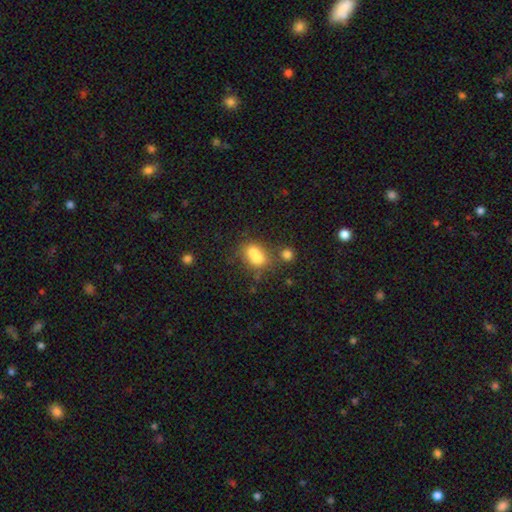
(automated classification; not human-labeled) Overall: smooth (68%). How rounded: in between (52%; round 46%). Merging: merger (56%; none 28%).